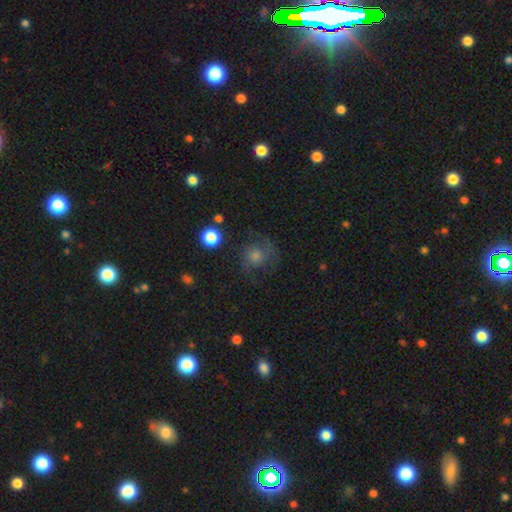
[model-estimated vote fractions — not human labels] Overall: smooth (44%; featured or disk 37%). Merging: none (65%).